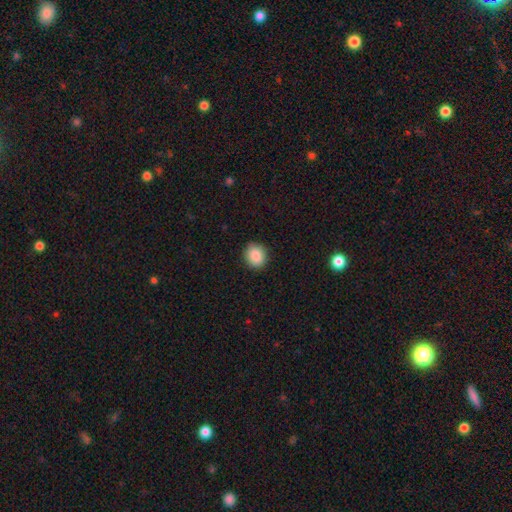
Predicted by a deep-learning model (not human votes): Smooth or featured? smooth (88%)
How rounded? round (81%)
Merging? none (89%)